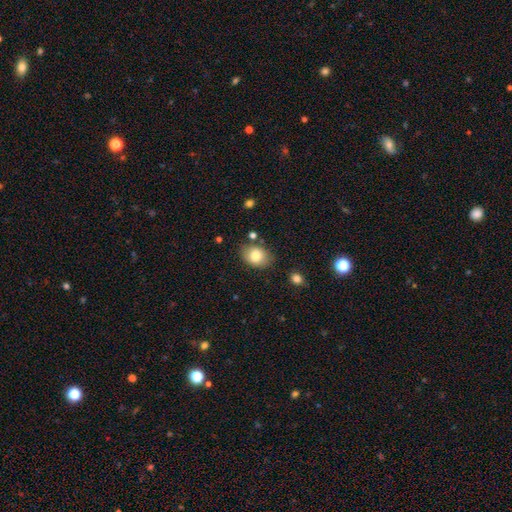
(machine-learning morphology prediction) smooth 81%, featured or disk 11%, star or artifact 9%. Down the decision tree: how rounded — in between (63%); merging — none (77%).